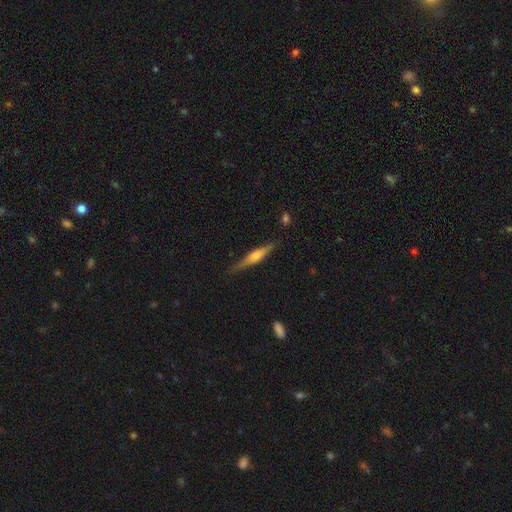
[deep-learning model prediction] A featured or disk galaxy (66%) viewed edge-on (97%) with a rounded central bulge (74%).

Vote fractions:
- Smooth or featured? featured or disk: 66% / smooth: 27% / star or artifact: 7%
- Edge-on disk? yes: 97% / no: 3%
- Edge-on bulge? rounded: 74% / boxy: 18% / none: 8%
- Merging? none: 84% / minor disturbance: 12% / major disturbance: 3% / merger: 1%